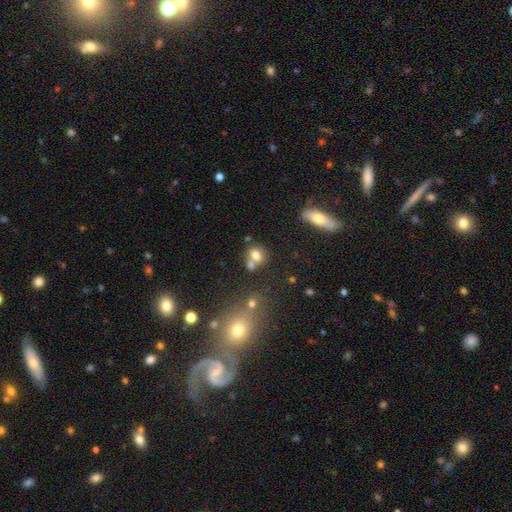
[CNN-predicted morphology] A smooth galaxy with no disk features (73%) that is round (61%).

Vote fractions:
- Smooth or featured? smooth: 73% / featured or disk: 14% / star or artifact: 13%
- How rounded? round: 61% / in between: 38% / cigar-shaped: 1%
- Merging? none: 45% / merger: 39% / minor disturbance: 12% / major disturbance: 4%